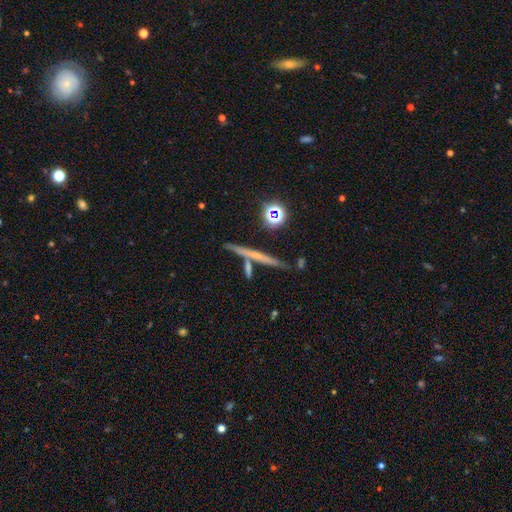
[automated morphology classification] Overall: featured or disk (55%; smooth 34%). Edge-on disk: yes (95%). Edge-on bulge: none (73%). Merging: none (79%).